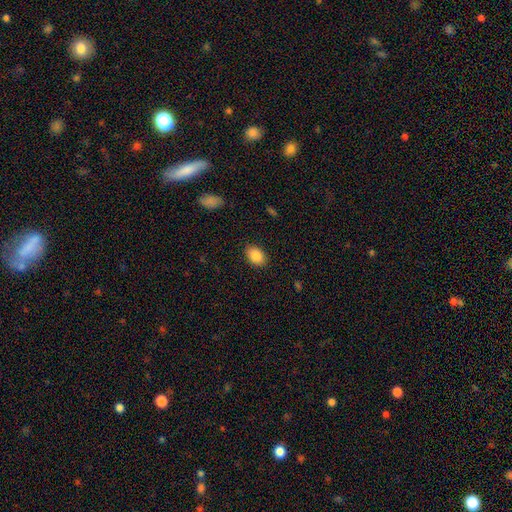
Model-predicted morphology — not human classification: A smooth galaxy with no disk features (87%) that is in between round and cigar-shaped (82%).

Vote fractions:
- Smooth or featured? smooth: 87% / star or artifact: 8% / featured or disk: 5%
- How rounded? in between: 82% / round: 17% / cigar-shaped: 1%
- Merging? none: 88% / minor disturbance: 9% / major disturbance: 2% / merger: 1%